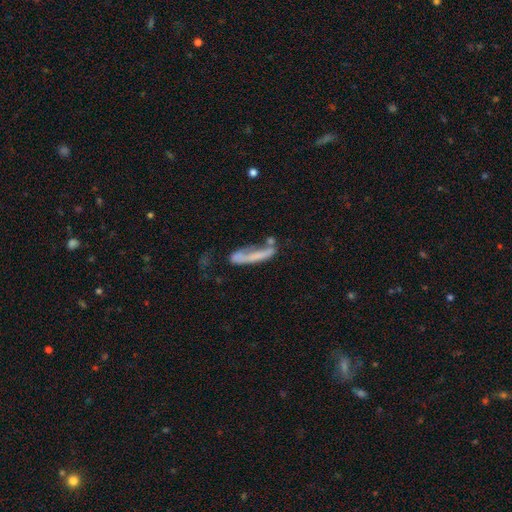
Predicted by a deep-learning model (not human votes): Smooth or featured? Predicted: smooth (p=0.51). How rounded? Predicted: cigar-shaped (p=0.79). Merging? Predicted: none (p=0.30).